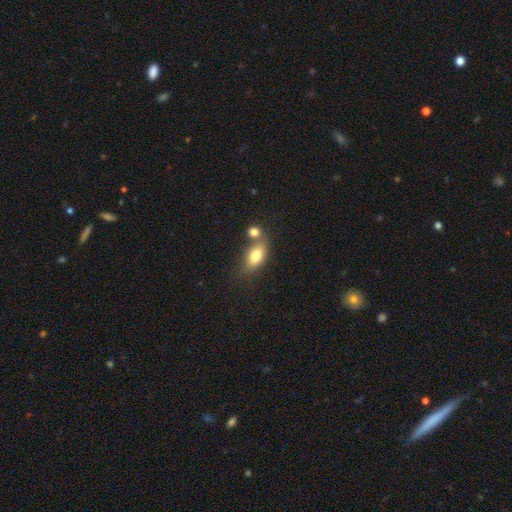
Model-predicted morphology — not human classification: Smooth or featured?
  - smooth: 78% *
  - featured or disk: 14%
  - star or artifact: 8%
How rounded?
  - in between: 83% *
  - round: 9%
  - cigar-shaped: 8%
Merging?
  - none: 49% *
  - merger: 32%
  - minor disturbance: 14%
  - major disturbance: 5%